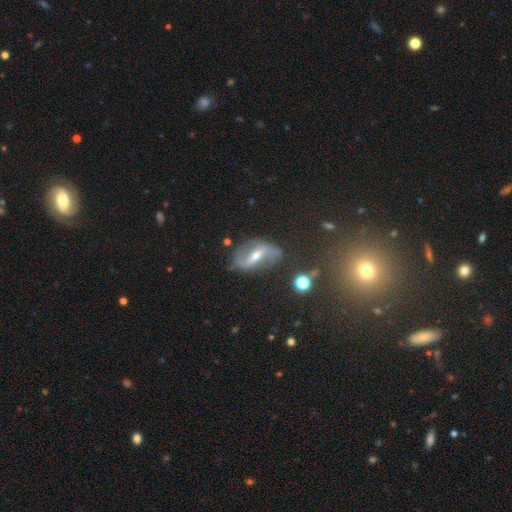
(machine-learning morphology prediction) Overall: featured or disk (83%). Edge-on disk: no (94%). Bar: strong (49%; weak 35%). Spiral arms: yes (90%). Spiral arm count: 2 (91%). Spiral winding: loose (68%). Bulge size: moderate (53%; small 41%). Merging: none (74%).